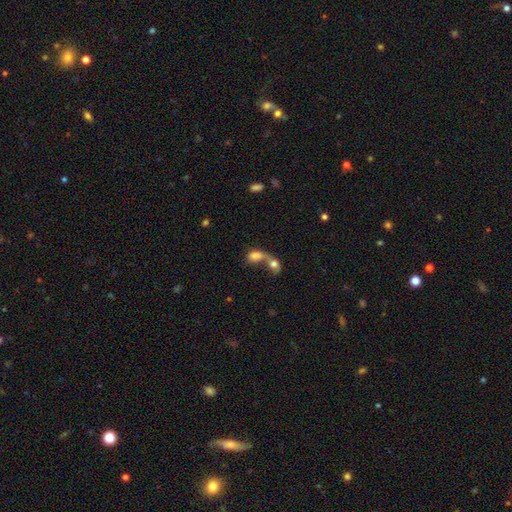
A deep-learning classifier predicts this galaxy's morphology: A smooth galaxy with no disk features (73%) that is in between round and cigar-shaped (71%). Merging: merger (77%).